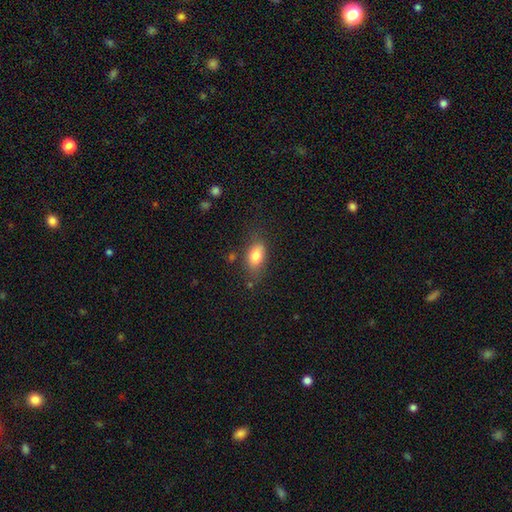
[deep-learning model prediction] Q: Smooth or featured?
A: smooth (81%); runner-up: featured or disk (12%)
Q: How rounded?
A: in between (86%); runner-up: round (9%)
Q: Merging?
A: none (71%); runner-up: minor disturbance (20%)